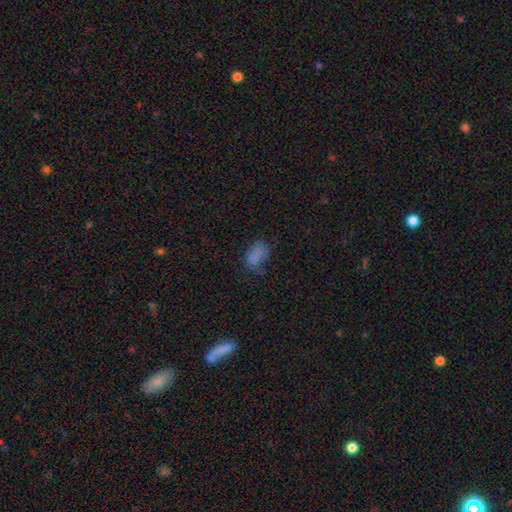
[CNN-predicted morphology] smooth 73%, star or artifact 16%, featured or disk 11%. Down the decision tree: how rounded — in between (88%); merging — none (46%).